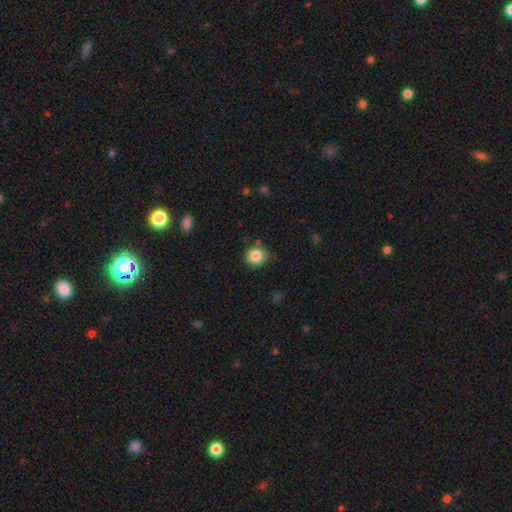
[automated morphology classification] Q: Smooth or featured?
A: smooth (85%); runner-up: star or artifact (10%)
Q: How rounded?
A: round (87%); runner-up: in between (12%)
Q: Merging?
A: none (83%); runner-up: minor disturbance (12%)